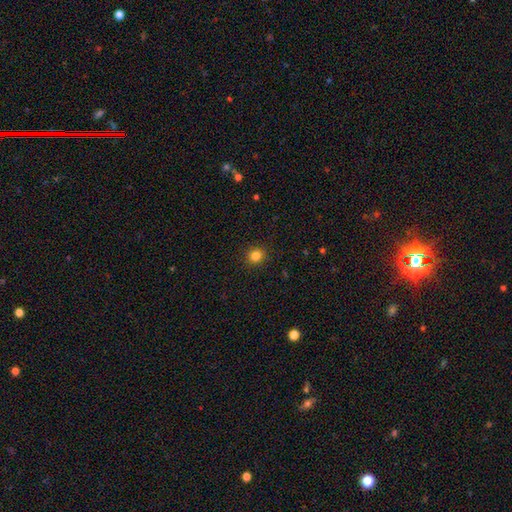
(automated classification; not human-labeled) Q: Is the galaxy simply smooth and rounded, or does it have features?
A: smooth — 83%.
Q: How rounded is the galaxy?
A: round — 89%.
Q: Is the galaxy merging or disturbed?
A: none — 91%.